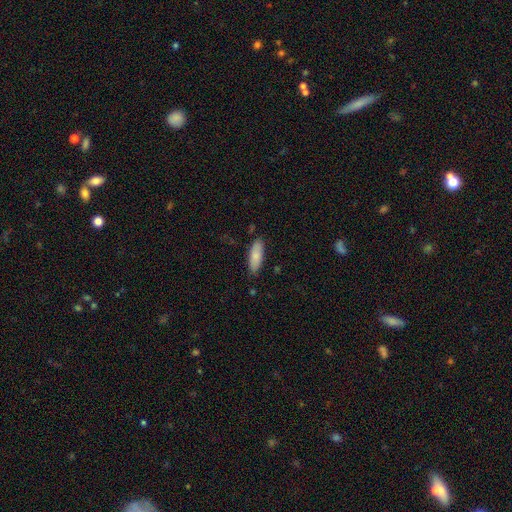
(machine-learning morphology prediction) This is clearly a smooth galaxy (82%). How rounded: likely in between (67%). Merging: clearly none (83%).